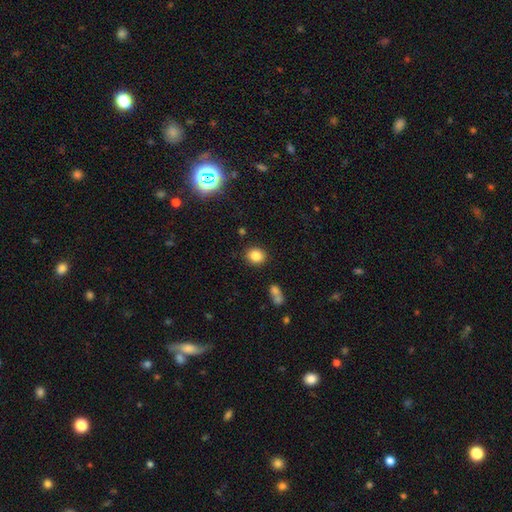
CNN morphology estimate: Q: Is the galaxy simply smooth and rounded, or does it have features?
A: smooth — 83%.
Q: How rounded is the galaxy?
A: round — 75%.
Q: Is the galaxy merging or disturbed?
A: none — 86%.